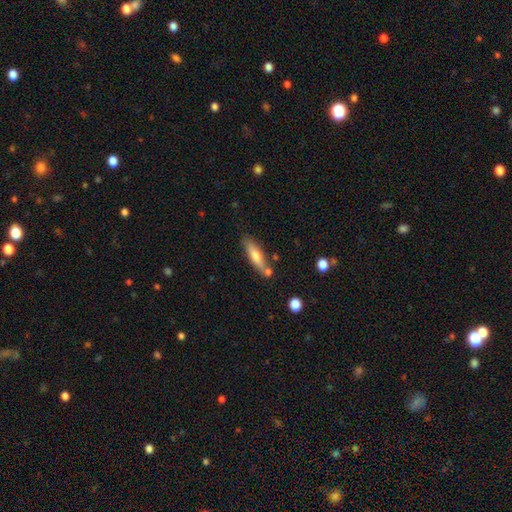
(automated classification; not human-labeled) Morphology: type=smooth (62%); roundness=cigar-shaped (69%); merging=none (69%).